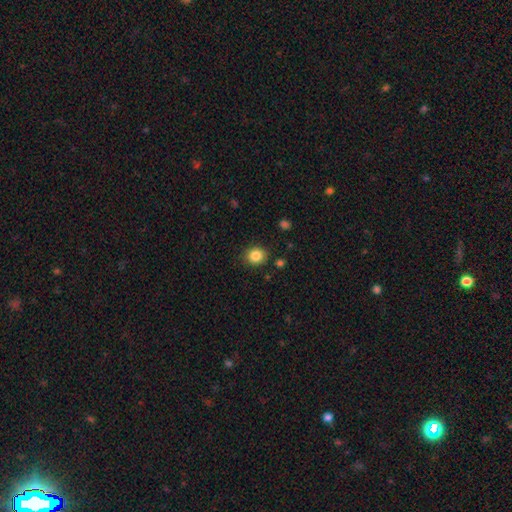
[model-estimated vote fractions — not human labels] Smooth or featured? smooth (86%)
How rounded? round (77%)
Merging? none (86%)